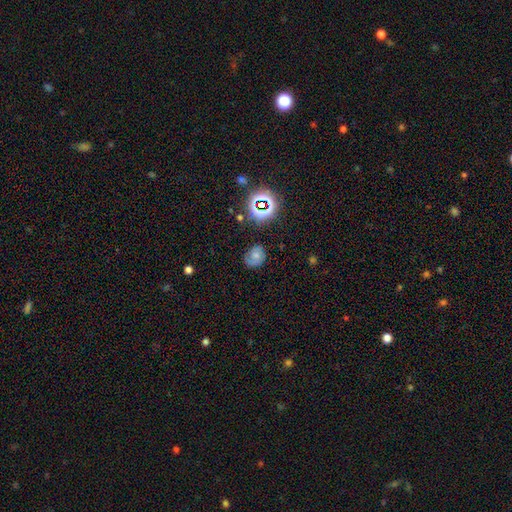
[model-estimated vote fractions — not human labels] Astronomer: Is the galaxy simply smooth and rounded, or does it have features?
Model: featured or disk — 41% (runner-up: smooth, 39%).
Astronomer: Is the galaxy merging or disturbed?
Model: none — 65%.